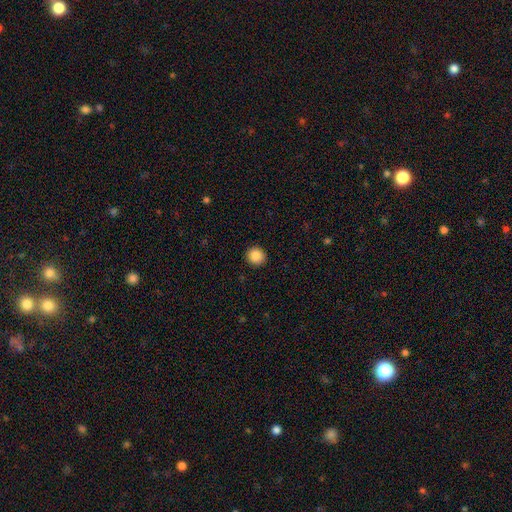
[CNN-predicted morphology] Smooth or featured?
  - smooth: 87% *
  - star or artifact: 9%
  - featured or disk: 4%
How rounded?
  - round: 93% *
  - in between: 6%
  - cigar-shaped: 1%
Merging?
  - none: 93% *
  - minor disturbance: 5%
  - major disturbance: 2%
  - merger: 1%